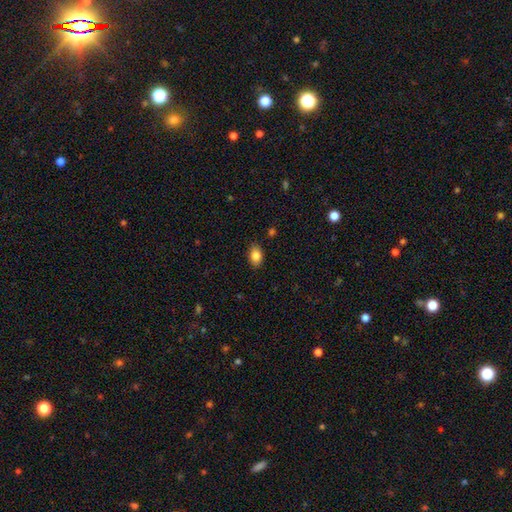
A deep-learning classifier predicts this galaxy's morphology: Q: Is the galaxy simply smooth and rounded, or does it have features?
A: smooth — 84%.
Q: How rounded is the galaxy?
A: in between — 84%.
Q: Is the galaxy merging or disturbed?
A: none — 84%.